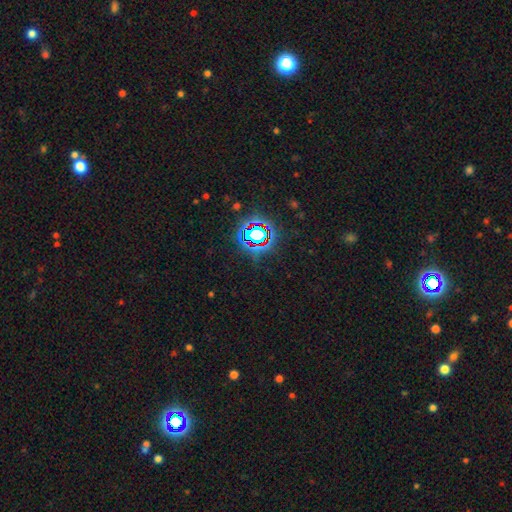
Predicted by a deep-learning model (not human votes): Smooth or featured? star or artifact (80%)